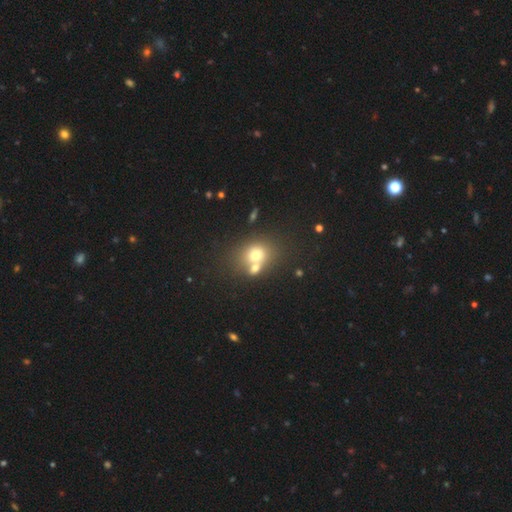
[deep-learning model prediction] Smooth or featured: smooth — 67% (featured or disk — 19%)
How rounded: round — 65% (in between — 34%)
Merging: merger — 49% (none — 38%)